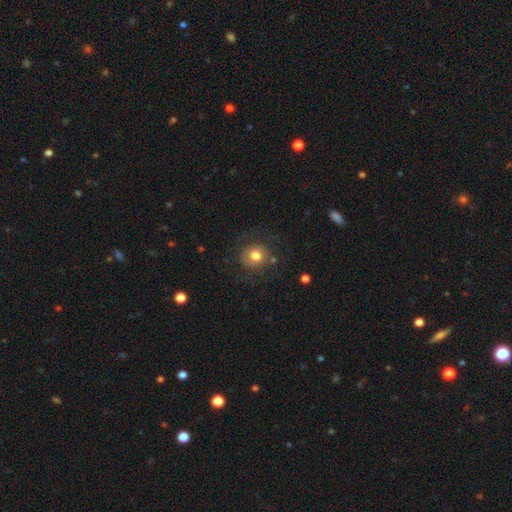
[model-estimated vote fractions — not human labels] smooth-or-featured: smooth: 77% | featured or disk: 12% | star or artifact: 11%
  how-rounded: round: 86% | in between: 13% | cigar-shaped: 1%
  merging: none: 78% | minor disturbance: 13% | major disturbance: 7% | merger: 3%